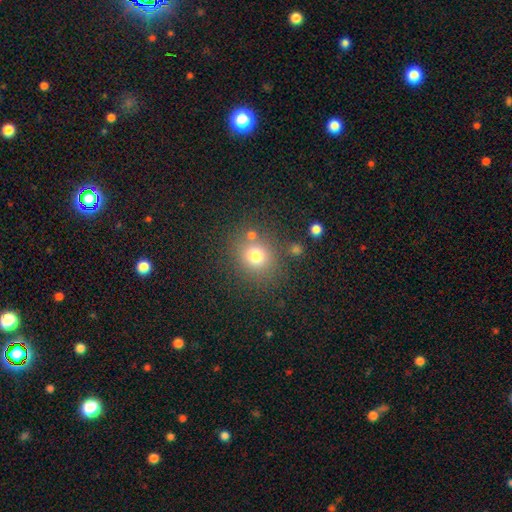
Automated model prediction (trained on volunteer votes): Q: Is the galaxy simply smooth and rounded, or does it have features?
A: smooth — 74%.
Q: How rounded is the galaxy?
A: round — 80%.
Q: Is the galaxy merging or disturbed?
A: none — 76%.